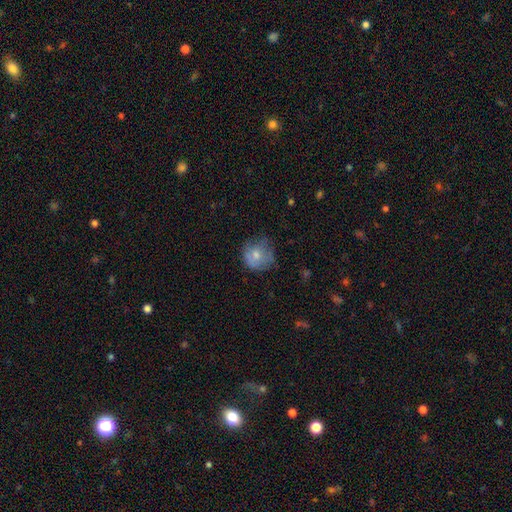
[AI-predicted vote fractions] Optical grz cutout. It shows a smooth galaxy with no disk features (69%) that is round (81%). Merging: none (53%).